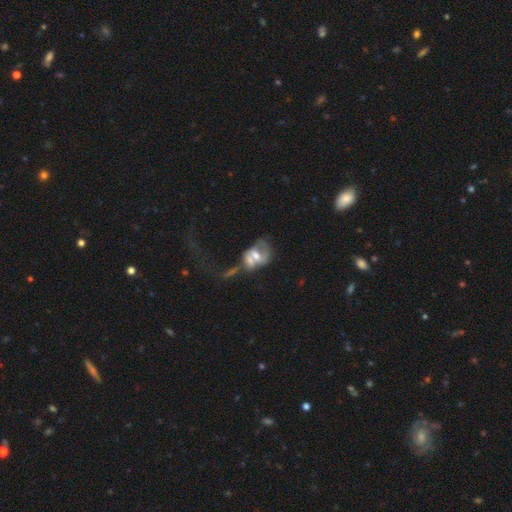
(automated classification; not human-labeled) Q: Smooth or featured?
A: featured or disk (54%); runner-up: smooth (37%)
Q: Edge-on disk?
A: no (95%); runner-up: yes (5%)
Q: Bar?
A: no (61%); runner-up: weak (27%)
Q: Spiral arms?
A: no (67%); runner-up: yes (33%)
Q: Bulge size?
A: moderate (58%); runner-up: small (18%)
Q: Merging?
A: merger (60%); runner-up: major disturbance (18%)